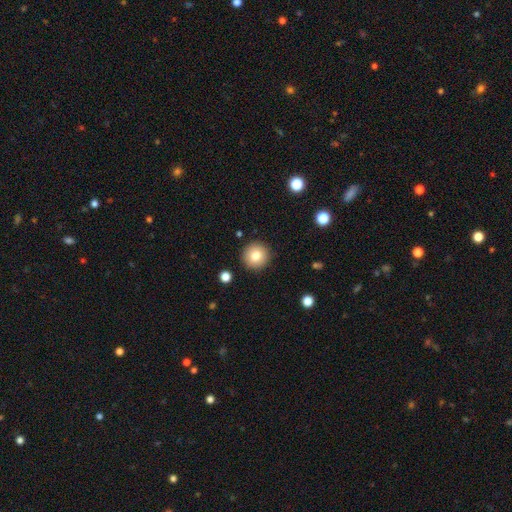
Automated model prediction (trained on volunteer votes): This appears to be a smooth galaxy with no disk features (80%) that is round (95%). Merging: none (91%).